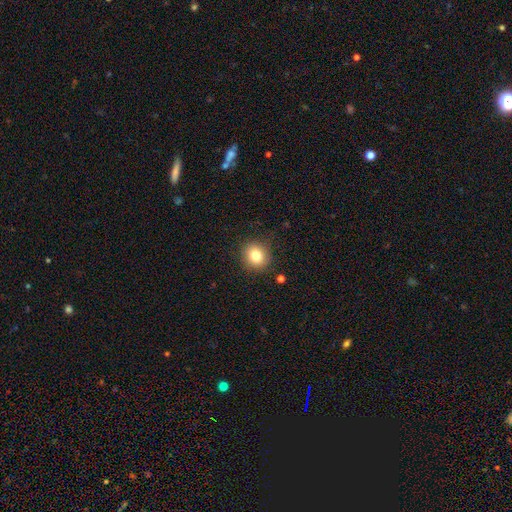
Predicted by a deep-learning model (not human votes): Smooth or featured: smooth — 81% (star or artifact — 11%)
How rounded: round — 83% (in between — 16%)
Merging: none — 88% (minor disturbance — 8%)